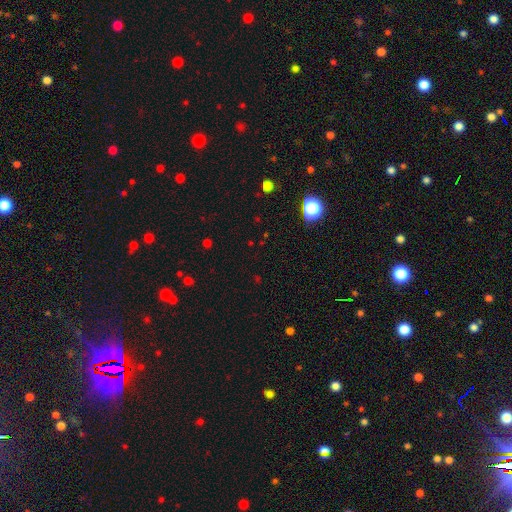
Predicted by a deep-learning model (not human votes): star or artifact 64%, smooth 29%, featured or disk 7%.